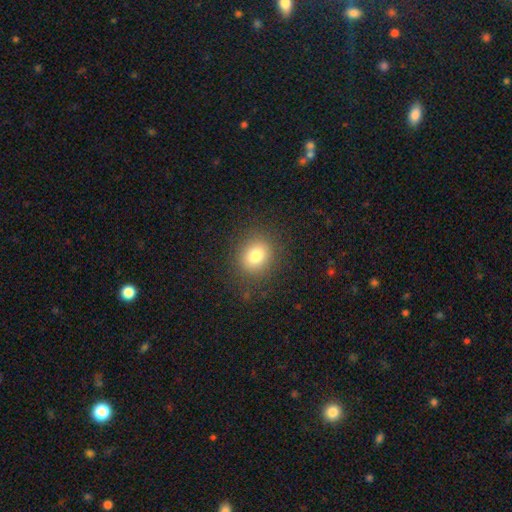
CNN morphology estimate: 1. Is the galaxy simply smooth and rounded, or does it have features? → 78% smooth, 13% star or artifact, 9% featured or disk.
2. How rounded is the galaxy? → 74% round, 25% in between, 1% cigar-shaped.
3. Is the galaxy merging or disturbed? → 86% none, 9% minor disturbance, 4% major disturbance, 1% merger.